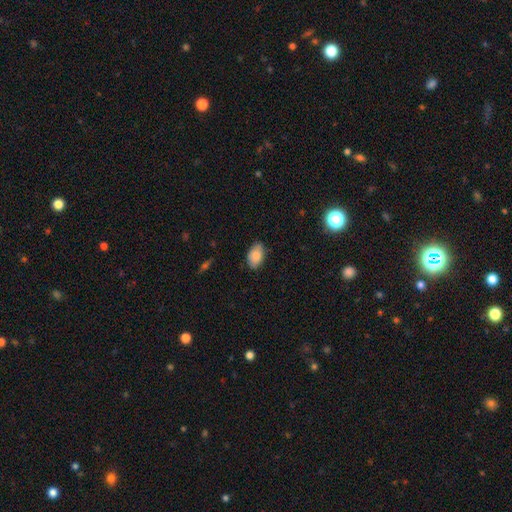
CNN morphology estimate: Smooth or featured?
  - smooth: 84% *
  - featured or disk: 9%
  - star or artifact: 7%
How rounded?
  - in between: 92% *
  - round: 7%
  - cigar-shaped: 1%
Merging?
  - none: 83% *
  - minor disturbance: 13%
  - major disturbance: 2%
  - merger: 1%